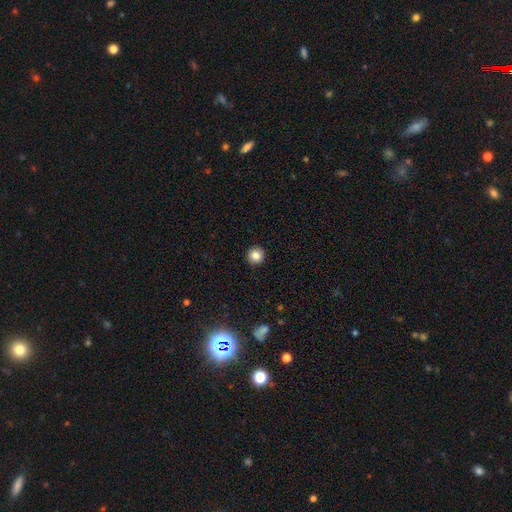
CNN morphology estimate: smooth-or-featured: smooth: 84% | star or artifact: 10% | featured or disk: 5%
  how-rounded: round: 95% | in between: 4% | cigar-shaped: 1%
  merging: none: 92% | minor disturbance: 5% | major disturbance: 2% | merger: 1%